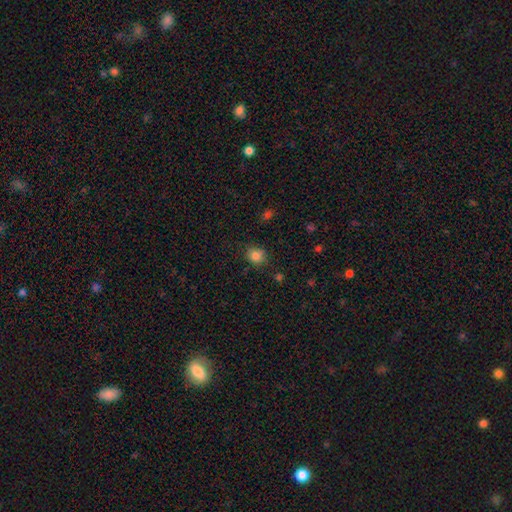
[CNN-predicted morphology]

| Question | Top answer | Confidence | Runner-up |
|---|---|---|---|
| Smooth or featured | smooth | 83% | star or artifact (12%) |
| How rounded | round | 76% | in between (23%) |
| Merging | none | 78% | minor disturbance (15%) |